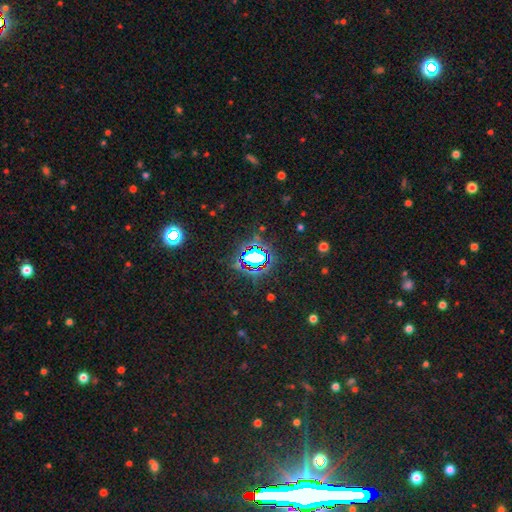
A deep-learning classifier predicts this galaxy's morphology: A star or artifact, not a galaxy (74%).